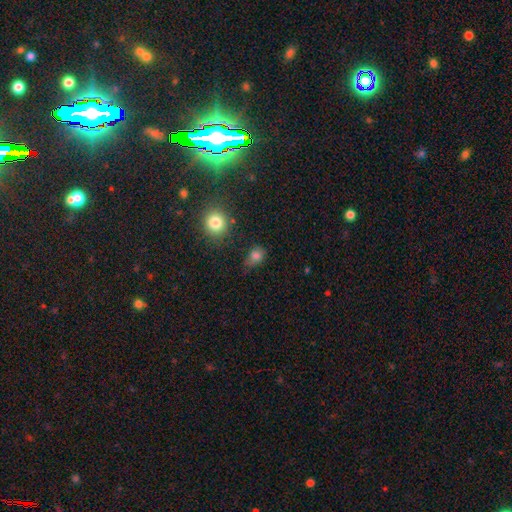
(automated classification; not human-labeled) A smooth galaxy with no disk features (79%) that is in between round and cigar-shaped (54%).

Vote fractions:
- Smooth or featured? smooth: 79% / star or artifact: 13% / featured or disk: 8%
- How rounded? in between: 54% / round: 45% / cigar-shaped: 2%
- Merging? none: 52% / minor disturbance: 32% / major disturbance: 12% / merger: 4%